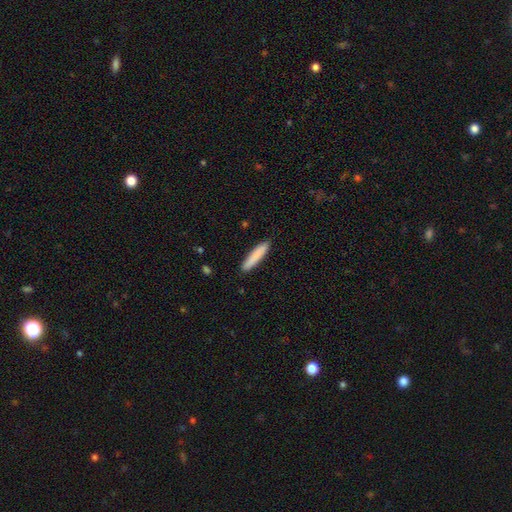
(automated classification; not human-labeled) smooth_or_featured: smooth (p=0.84) [alt: featured or disk p=0.10]
how_rounded: cigar-shaped (p=0.89) [alt: in between p=0.09]
merging: none (p=0.90) [alt: minor disturbance p=0.07]